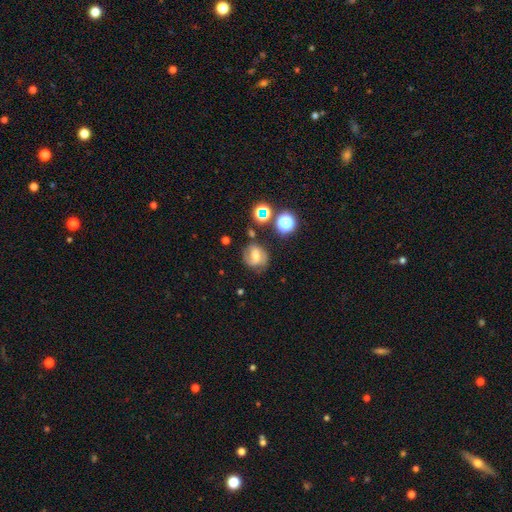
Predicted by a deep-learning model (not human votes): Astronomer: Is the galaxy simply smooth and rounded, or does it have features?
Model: featured or disk — 57%.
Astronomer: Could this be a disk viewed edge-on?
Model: no — 97%.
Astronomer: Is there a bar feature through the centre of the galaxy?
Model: weak — 48% (runner-up: no, 27%).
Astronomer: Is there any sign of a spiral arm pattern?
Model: yes — 84%.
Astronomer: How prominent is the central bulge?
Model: moderate — 63%.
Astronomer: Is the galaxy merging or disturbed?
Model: none — 71%.